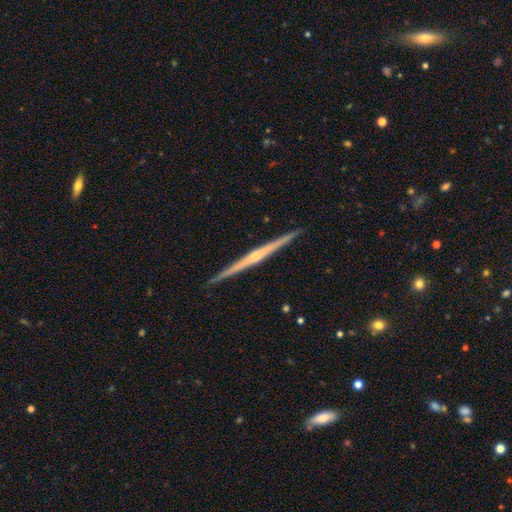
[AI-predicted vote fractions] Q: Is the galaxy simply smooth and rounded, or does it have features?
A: featured or disk — 79%.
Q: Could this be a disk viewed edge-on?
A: yes — 99%.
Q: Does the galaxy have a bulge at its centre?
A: rounded — 62%.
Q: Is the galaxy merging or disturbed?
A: none — 92%.